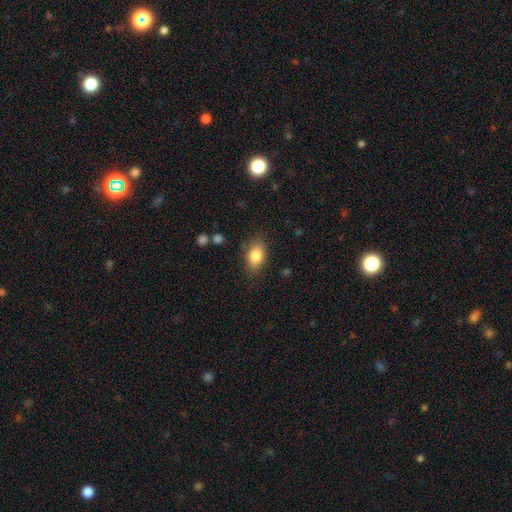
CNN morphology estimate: Smooth or featured? Predicted: smooth (p=0.83). How rounded? Predicted: in between (p=0.87). Merging? Predicted: none (p=0.82).